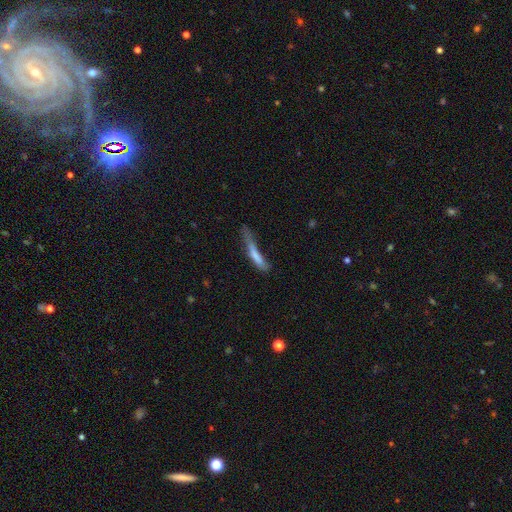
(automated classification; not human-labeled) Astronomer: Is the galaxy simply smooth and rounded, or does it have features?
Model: smooth — 68%.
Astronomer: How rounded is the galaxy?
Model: cigar-shaped — 91%.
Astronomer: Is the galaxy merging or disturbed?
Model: none — 32%, tied with major disturbance at 32%.